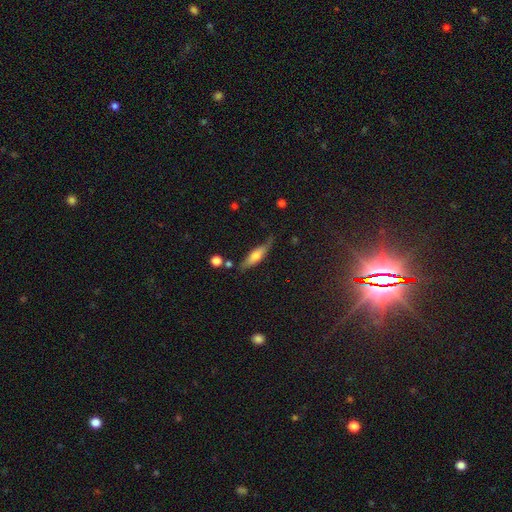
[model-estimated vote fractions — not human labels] Overall: smooth (49%; featured or disk 44%). Merging: none (66%).